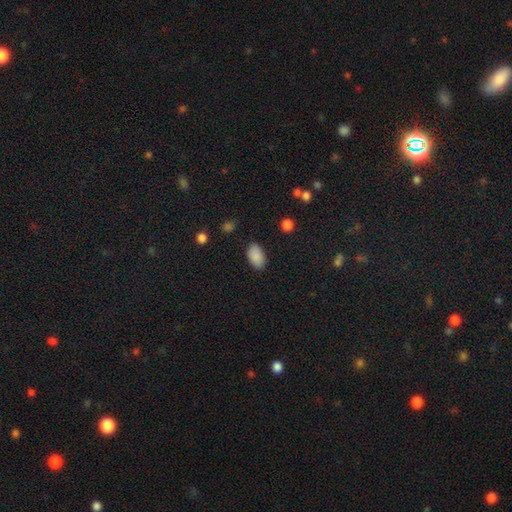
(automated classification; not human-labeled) The model was most divided on "merging": none: 86%, minor disturbance: 10%, major disturbance: 3%, merger: 1%. More confident: how rounded — in between (93%); smooth or featured — smooth (89%).